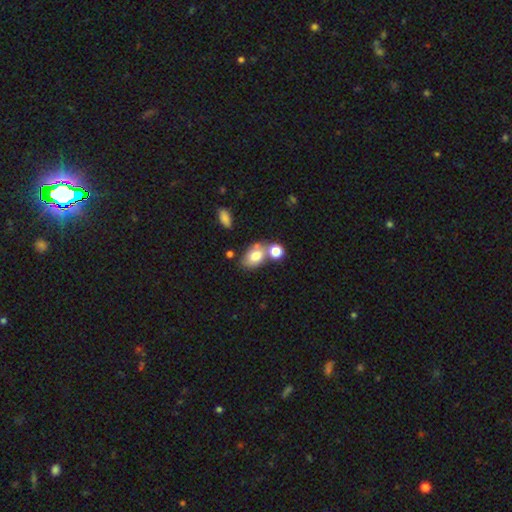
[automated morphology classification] smooth 75%, featured or disk 15%, star or artifact 10%. Down the decision tree: how rounded — in between (81%); merging — none (49%).